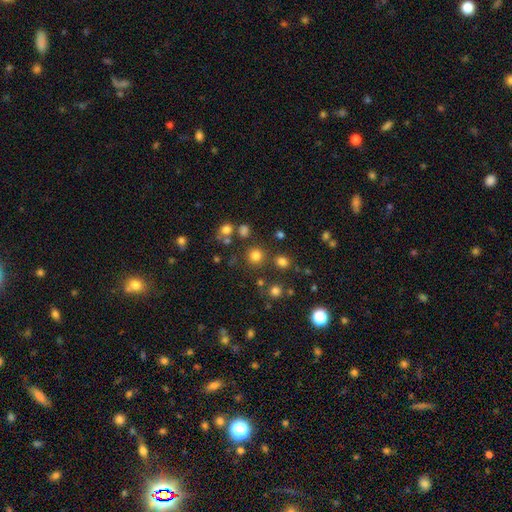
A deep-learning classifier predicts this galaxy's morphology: Smooth or featured?
  - smooth: 77% *
  - star or artifact: 17%
  - featured or disk: 5%
How rounded?
  - round: 93% *
  - in between: 7%
  - cigar-shaped: 1%
Merging?
  - none: 81% *
  - merger: 8%
  - minor disturbance: 7%
  - major disturbance: 3%